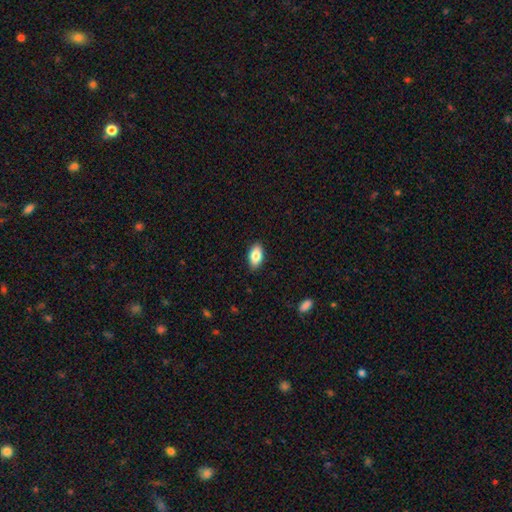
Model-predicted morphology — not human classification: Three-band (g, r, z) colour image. It shows a smooth galaxy with no disk features (84%) that is in between round and cigar-shaped (92%). Merging: none (88%).